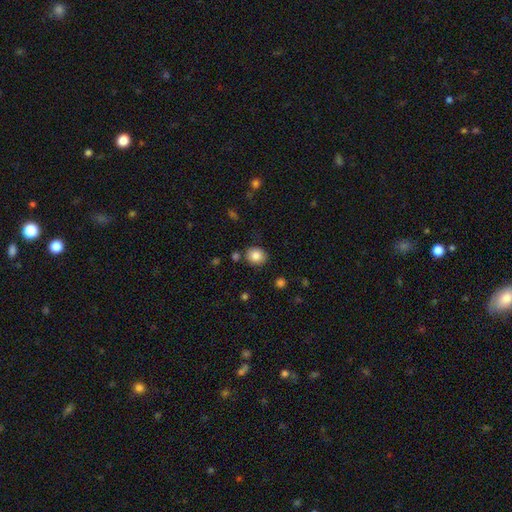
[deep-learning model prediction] This appears to be a smooth galaxy with no disk features (85%) that is round (65%). Merging: none (83%).